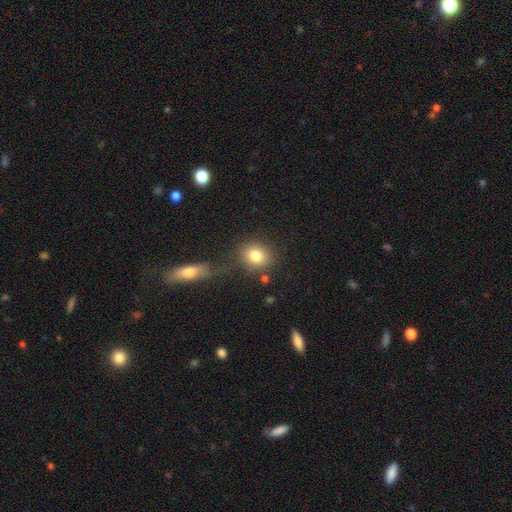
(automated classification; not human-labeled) smooth 82%, star or artifact 10%, featured or disk 8%. Down the decision tree: how rounded — round (77%); merging — none (72%).